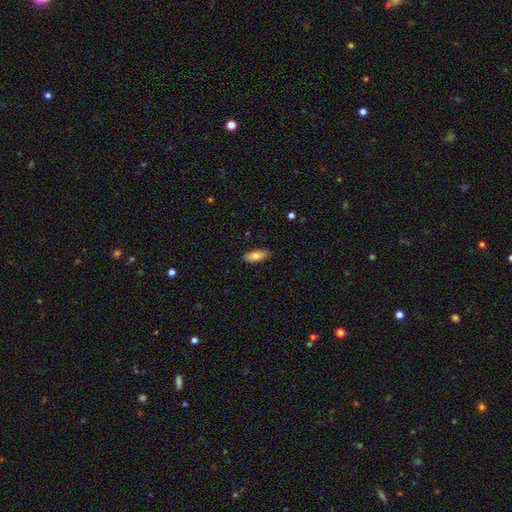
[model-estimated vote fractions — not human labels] A smooth galaxy with no disk features (74%) that is in between round and cigar-shaped (76%).

Vote fractions:
- Smooth or featured? smooth: 74% / featured or disk: 20% / star or artifact: 6%
- How rounded? in between: 76% / cigar-shaped: 22% / round: 2%
- Merging? none: 87% / minor disturbance: 10% / major disturbance: 2% / merger: 1%